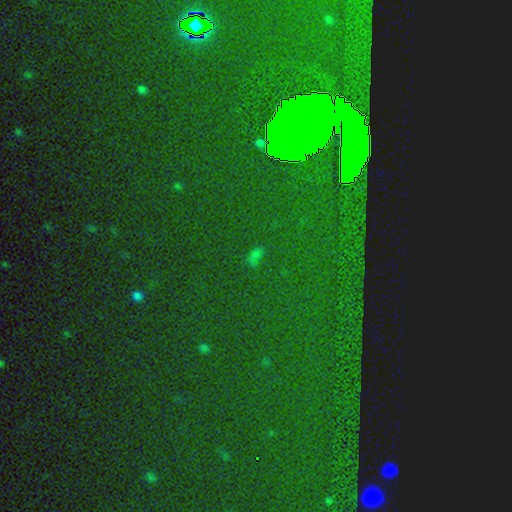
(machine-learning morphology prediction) This is likely a star or artifact rather than a galaxy (70%).